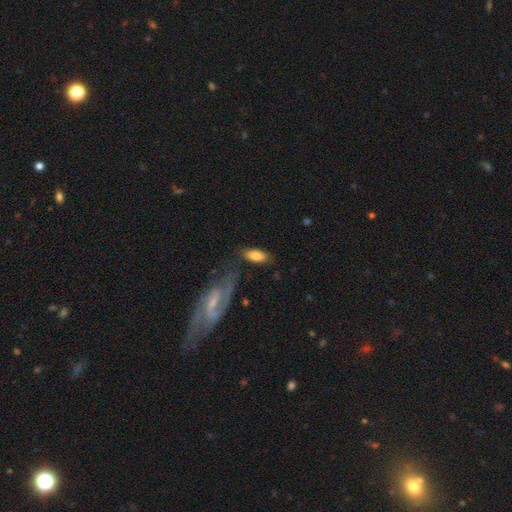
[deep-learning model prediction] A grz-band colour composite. It shows a smooth galaxy with no disk features (77%) that is in between round and cigar-shaped (87%). Merging: none (70%).